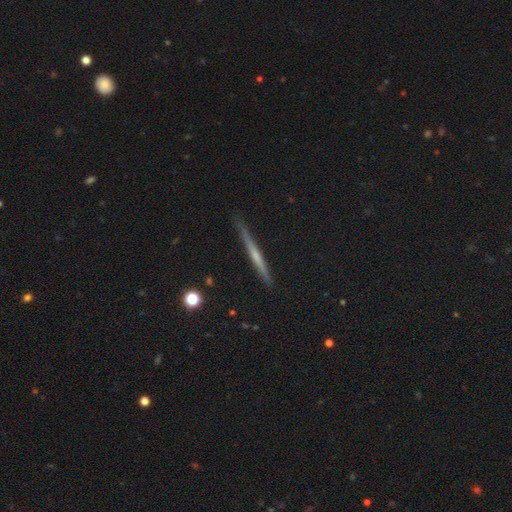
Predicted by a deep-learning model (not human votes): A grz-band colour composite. It shows a featured or disk galaxy (68%) viewed edge-on (97%) with a rounded central bulge (56%). Merging: none (88%).